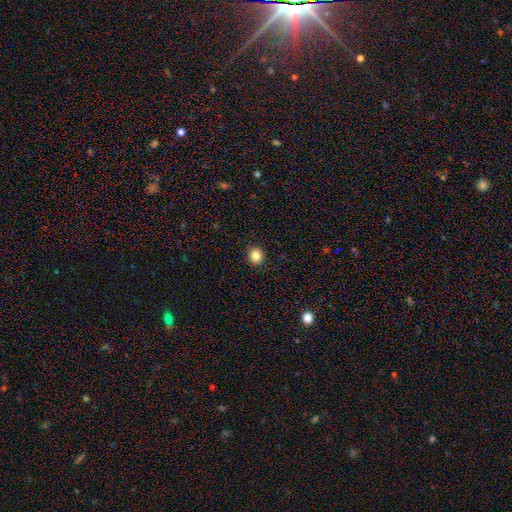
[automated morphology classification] Smooth or featured? Predicted: smooth (p=0.84). How rounded? Predicted: round (p=0.90). Merging? Predicted: none (p=0.93).